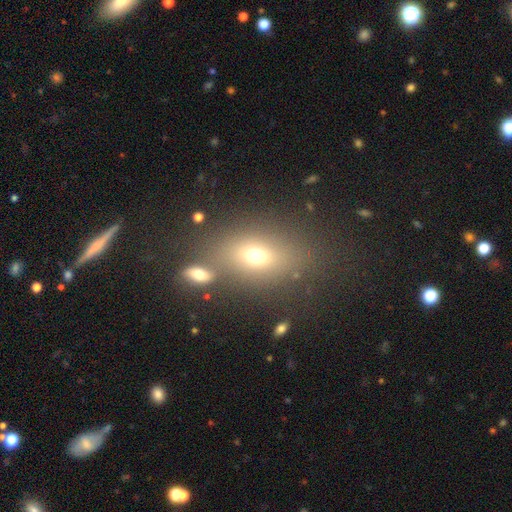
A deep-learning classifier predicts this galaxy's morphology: Smooth or featured? Predicted: smooth (p=0.66). How rounded? Predicted: in between (p=0.70). Merging? Predicted: none (p=0.63).